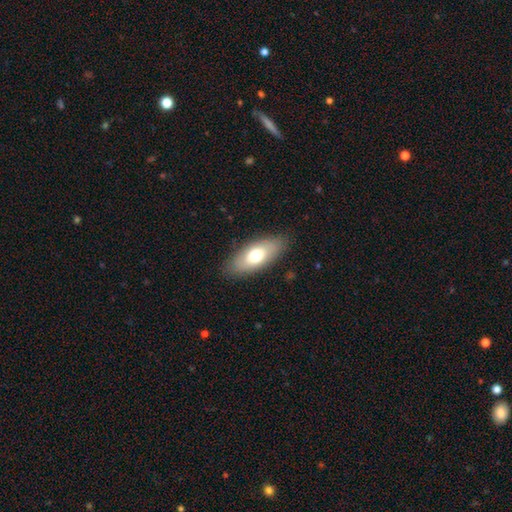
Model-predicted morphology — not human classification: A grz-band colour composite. It shows a smooth galaxy with no disk features (67%) that is in between round and cigar-shaped (85%). Merging: none (85%).